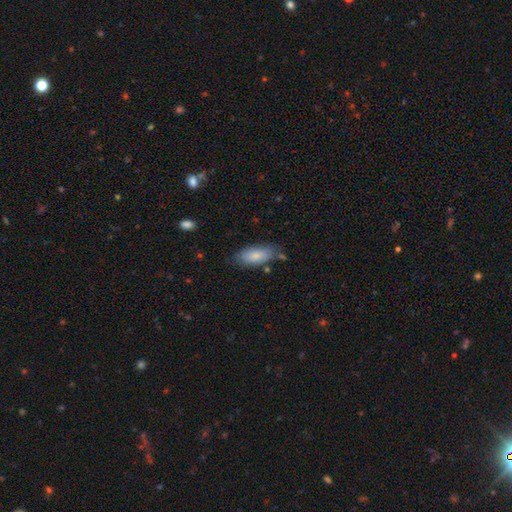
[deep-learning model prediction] Smooth or featured?
  - smooth: 81% *
  - featured or disk: 12%
  - star or artifact: 6%
How rounded?
  - in between: 85% *
  - cigar-shaped: 13%
  - round: 2%
Merging?
  - none: 71% *
  - minor disturbance: 20%
  - major disturbance: 4%
  - merger: 4%